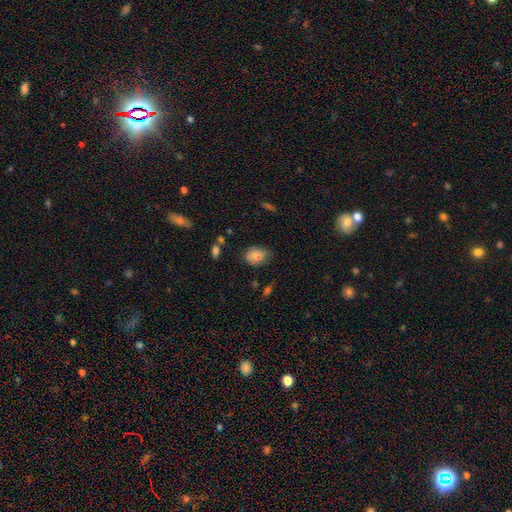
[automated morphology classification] Smooth or featured? smooth (79%)
How rounded? in between (72%)
Merging? none (62%)